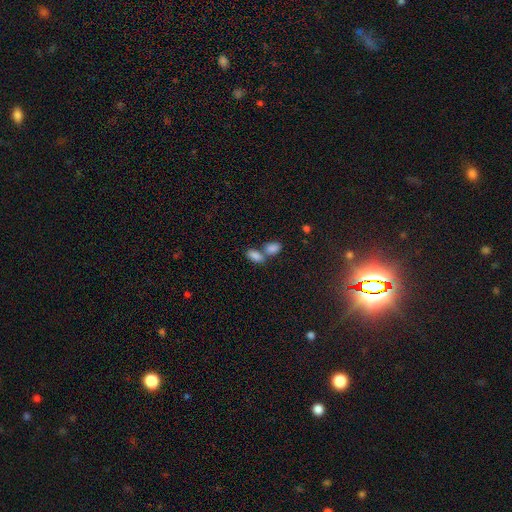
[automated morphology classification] Q: Smooth or featured?
A: smooth (85%); runner-up: star or artifact (8%)
Q: How rounded?
A: in between (92%); runner-up: round (5%)
Q: Merging?
A: merger (52%); runner-up: none (36%)